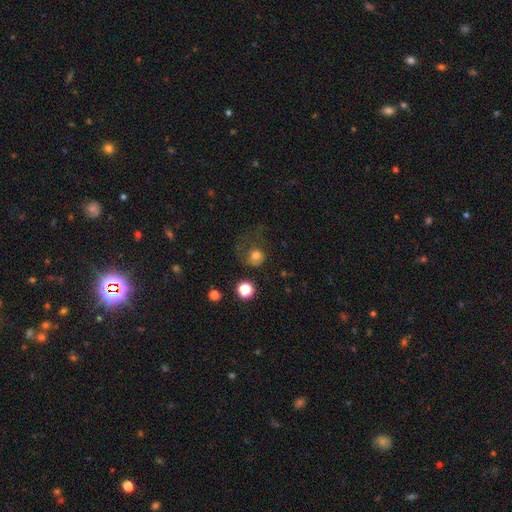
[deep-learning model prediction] Overall: smooth (73%). How rounded: round (83%). Merging: none (39%; major disturbance 37%).